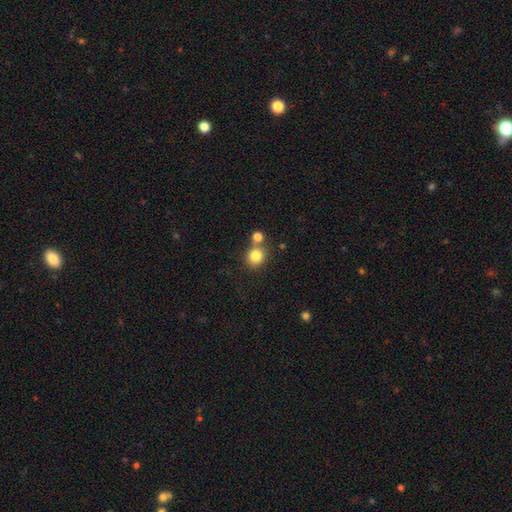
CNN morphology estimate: Q: Smooth or featured?
A: smooth (82%); runner-up: star or artifact (11%)
Q: How rounded?
A: round (85%); runner-up: in between (14%)
Q: Merging?
A: none (62%); runner-up: merger (26%)